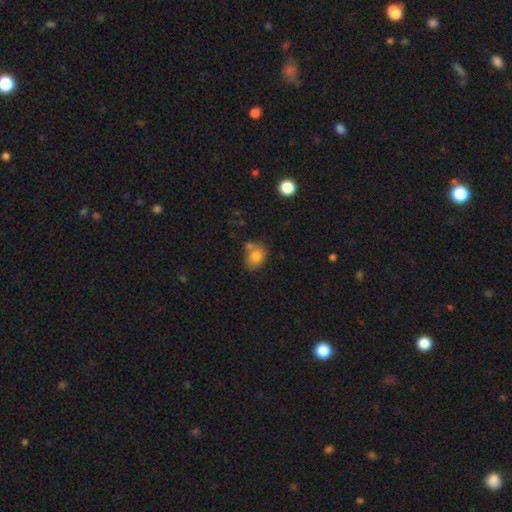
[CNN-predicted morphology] smooth-or-featured: smooth: 78% | featured or disk: 13% | star or artifact: 9%
  how-rounded: in between: 53% | round: 46% | cigar-shaped: 1%
  merging: none: 50% | merger: 25% | minor disturbance: 20% | major disturbance: 6%